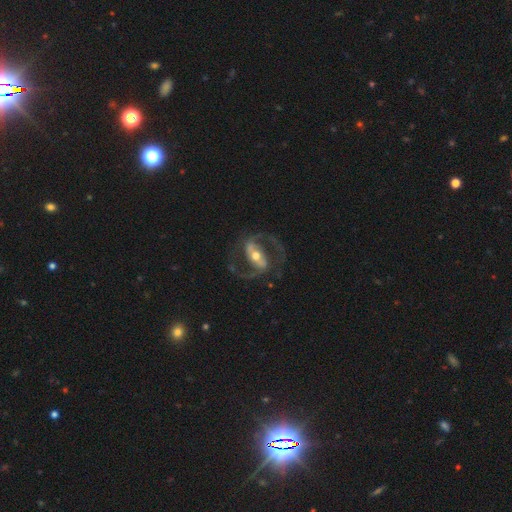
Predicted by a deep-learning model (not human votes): Smooth or featured? Predicted: featured or disk (p=0.90). Edge-on disk? Predicted: no (p=0.96). Bar? Predicted: strong (p=0.57). Spiral arms? Predicted: yes (p=0.95). Spiral winding? Predicted: medium (p=0.61). Spiral arm count? Predicted: 2 (p=0.93). Bulge size? Predicted: moderate (p=0.67). Merging? Predicted: none (p=0.76).